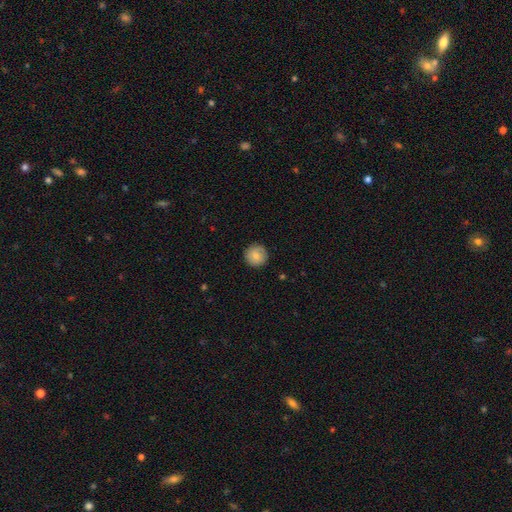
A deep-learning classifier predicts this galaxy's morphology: A smooth galaxy with no disk features (80%) that is round (95%).

Vote fractions:
- Smooth or featured? smooth: 80% / featured or disk: 13% / star or artifact: 7%
- How rounded? round: 95% / in between: 4% / cigar-shaped: 1%
- Merging? none: 89% / minor disturbance: 8% / major disturbance: 2% / merger: 1%